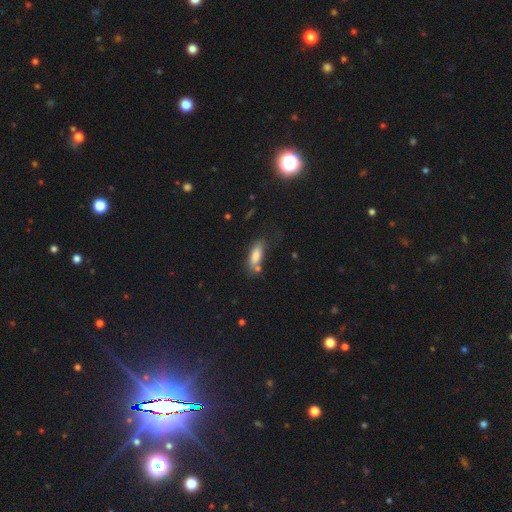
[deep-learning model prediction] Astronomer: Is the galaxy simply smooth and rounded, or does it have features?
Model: smooth — 77%.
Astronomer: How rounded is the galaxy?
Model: in between — 64%.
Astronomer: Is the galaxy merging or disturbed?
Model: none — 55%.